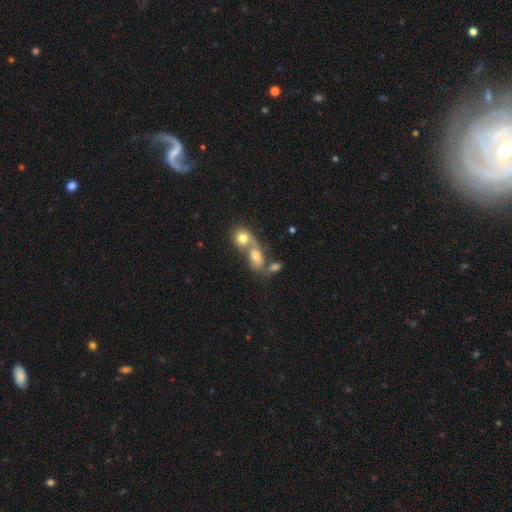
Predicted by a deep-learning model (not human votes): This appears to be a smooth galaxy with no disk features (58%) that is in between round and cigar-shaped (60%). Merging: merger (66%).